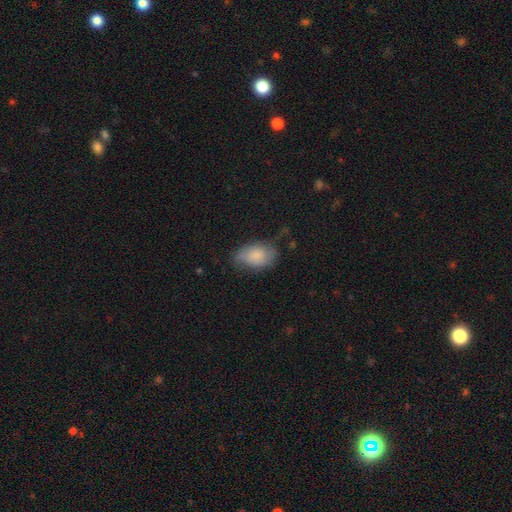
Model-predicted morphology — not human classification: Smooth or featured: smooth — 75% (featured or disk — 17%)
How rounded: in between — 89% (round — 10%)
Merging: none — 53% (minor disturbance — 33%)